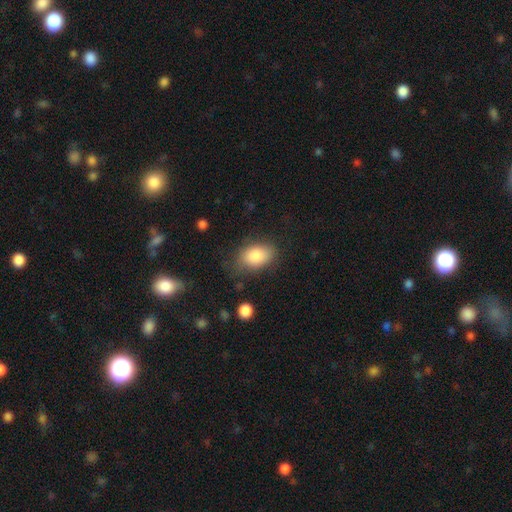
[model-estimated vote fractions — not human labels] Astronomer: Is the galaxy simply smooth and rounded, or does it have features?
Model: smooth — 84%.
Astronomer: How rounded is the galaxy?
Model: in between — 87%.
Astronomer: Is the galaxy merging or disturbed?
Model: none — 71%.